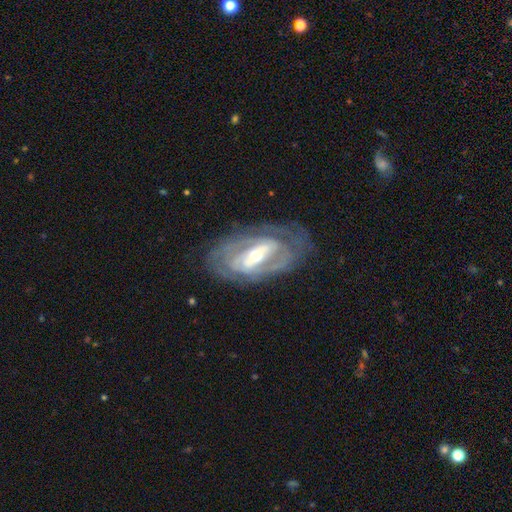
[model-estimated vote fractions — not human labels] featured or disk 85%, smooth 9%, star or artifact 5%. Down the decision tree: edge-on disk — no (92%); bar — strong (54%); spiral arms — yes (84%); spiral arm count — 2 (47%); spiral winding — tight (61%); bulge size — moderate (57%); merging — none (71%).